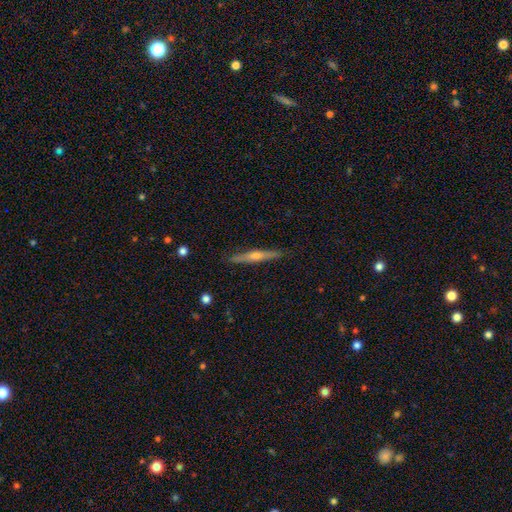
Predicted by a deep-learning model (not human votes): A featured or disk galaxy (72%) viewed edge-on (97%) with a rounded central bulge (84%). Merging: none (90%).